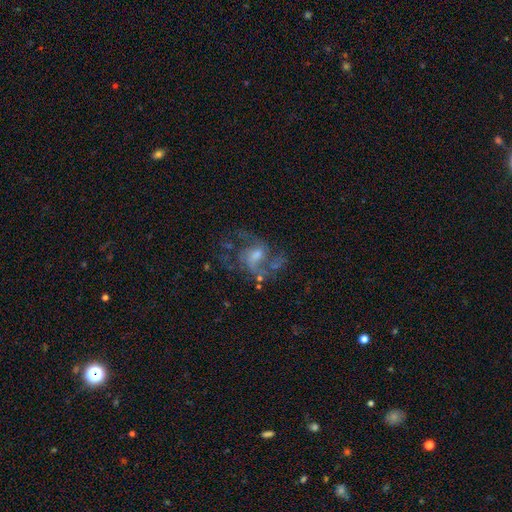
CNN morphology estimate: Smooth or featured? Predicted: featured or disk (p=0.80). Edge-on disk? Predicted: no (p=0.98). Bar? Predicted: weak (p=0.47). Spiral arms? Predicted: yes (p=0.89). Spiral winding? Predicted: medium (p=0.46). Spiral arm count? Predicted: 2 (p=0.56). Bulge size? Predicted: moderate (p=0.44). Merging? Predicted: none (p=0.52).